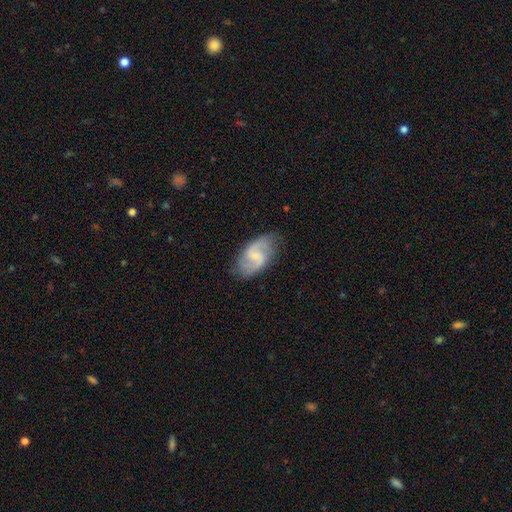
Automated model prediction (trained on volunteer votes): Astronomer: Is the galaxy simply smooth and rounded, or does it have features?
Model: featured or disk — 81%.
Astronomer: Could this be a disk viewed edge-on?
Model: no — 97%.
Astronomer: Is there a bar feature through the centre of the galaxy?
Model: weak — 55% (runner-up: no, 32%).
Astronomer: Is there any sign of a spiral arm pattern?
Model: yes — 95%.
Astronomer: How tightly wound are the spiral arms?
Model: medium — 46% (runner-up: loose, 40%).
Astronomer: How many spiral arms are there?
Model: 2 — 90%.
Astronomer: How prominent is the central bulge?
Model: small — 68%.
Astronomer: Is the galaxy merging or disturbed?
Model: none — 78%.